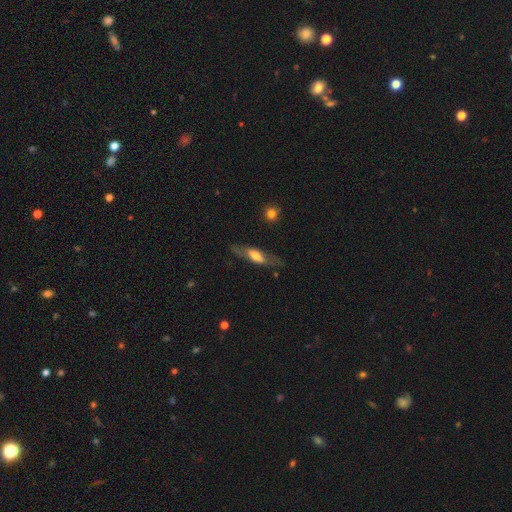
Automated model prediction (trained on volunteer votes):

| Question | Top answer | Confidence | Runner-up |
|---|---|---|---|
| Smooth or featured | featured or disk | 53% | smooth (40%) |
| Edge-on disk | no | 50% | tied: yes (50%) |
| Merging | none | 71% | minor disturbance (17%) |